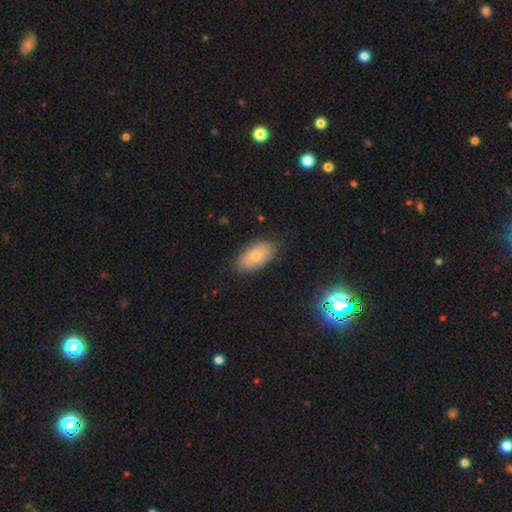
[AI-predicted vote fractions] This is likely a smooth galaxy (72%). How rounded: clearly in between (92%). Merging: clearly none (86%).